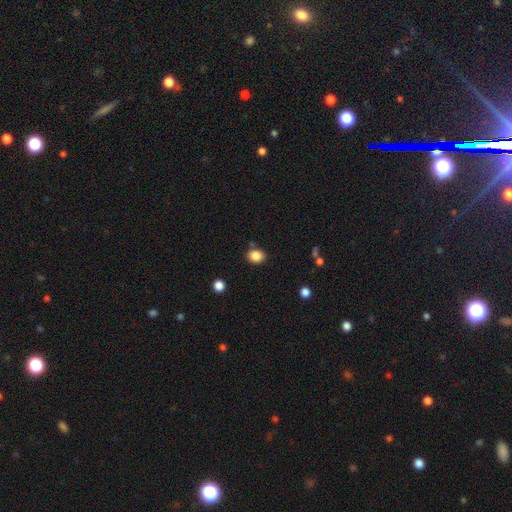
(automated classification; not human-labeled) Smooth or featured? smooth (85%)
How rounded? round (64%)
Merging? none (77%)